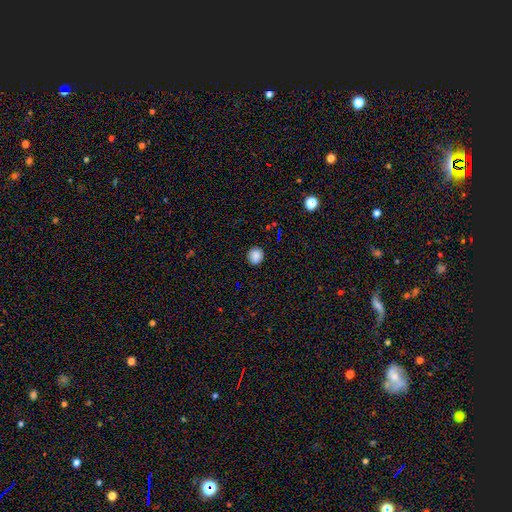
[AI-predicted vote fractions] A smooth galaxy with no disk features (85%) that is round (84%). Merging: none (89%).